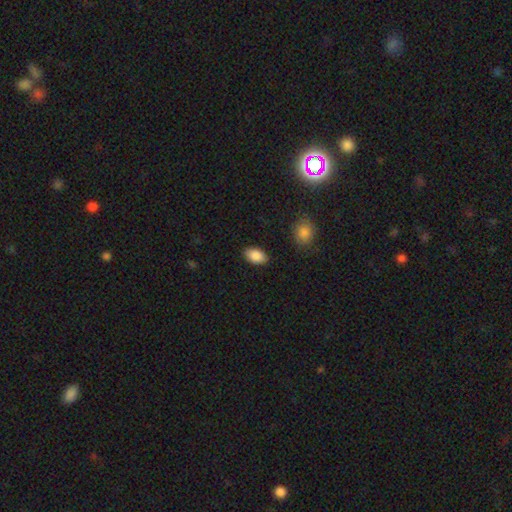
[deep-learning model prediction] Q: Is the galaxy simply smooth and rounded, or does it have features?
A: smooth — 88%.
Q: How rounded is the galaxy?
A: in between — 93%.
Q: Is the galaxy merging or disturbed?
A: none — 88%.